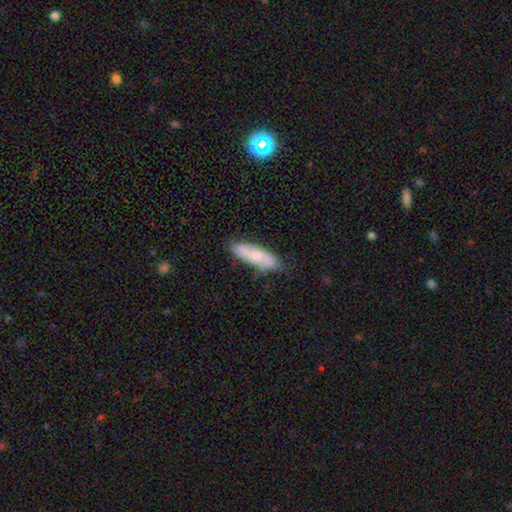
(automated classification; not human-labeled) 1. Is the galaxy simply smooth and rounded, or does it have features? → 56% smooth, 37% featured or disk, 6% star or artifact.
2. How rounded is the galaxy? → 53% in between, 45% cigar-shaped, 2% round.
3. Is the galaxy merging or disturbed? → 70% none, 23% minor disturbance, 4% major disturbance, 2% merger.